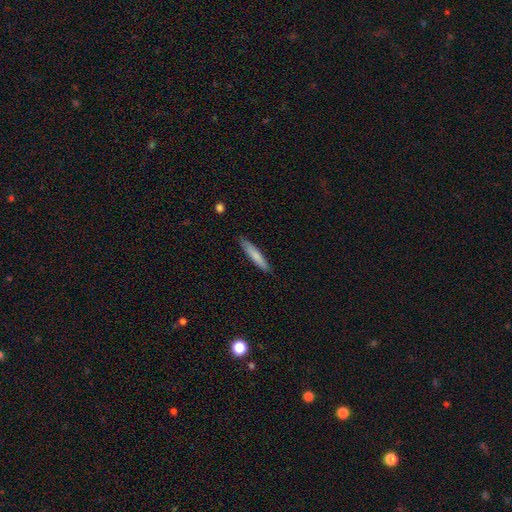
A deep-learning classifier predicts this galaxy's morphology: smooth_or_featured: smooth (p=0.76) [alt: featured or disk p=0.18]
how_rounded: cigar-shaped (p=0.90) [alt: in between p=0.09]
merging: none (p=0.87) [alt: minor disturbance p=0.11]